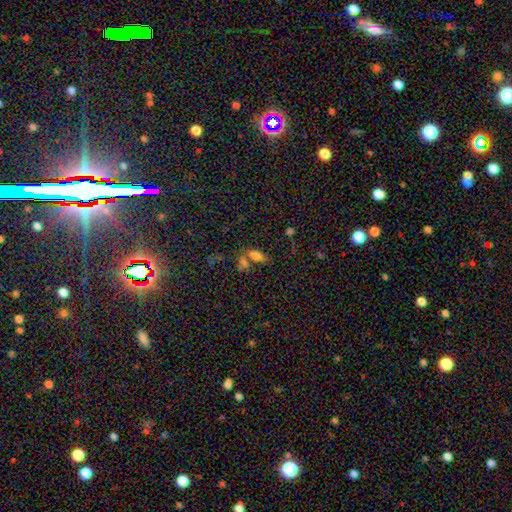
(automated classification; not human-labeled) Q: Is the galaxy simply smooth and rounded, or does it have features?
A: smooth — 70%.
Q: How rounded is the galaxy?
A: in between — 75%.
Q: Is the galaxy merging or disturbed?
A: none — 51%.